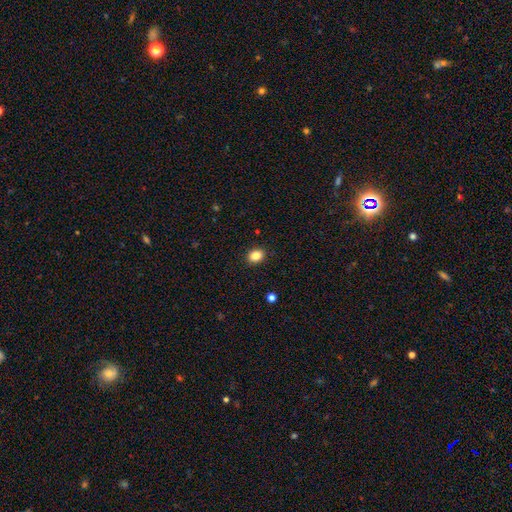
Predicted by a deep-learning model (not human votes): Q: Smooth or featured?
A: smooth (85%); runner-up: star or artifact (10%)
Q: How rounded?
A: in between (55%); runner-up: round (44%)
Q: Merging?
A: none (90%); runner-up: minor disturbance (7%)